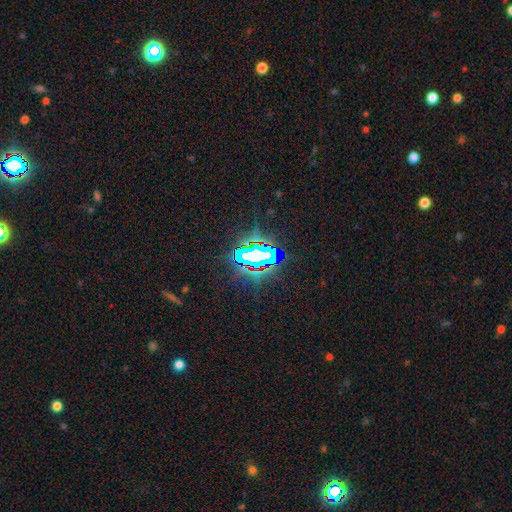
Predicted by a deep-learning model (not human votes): Smooth or featured? star or artifact (69%)